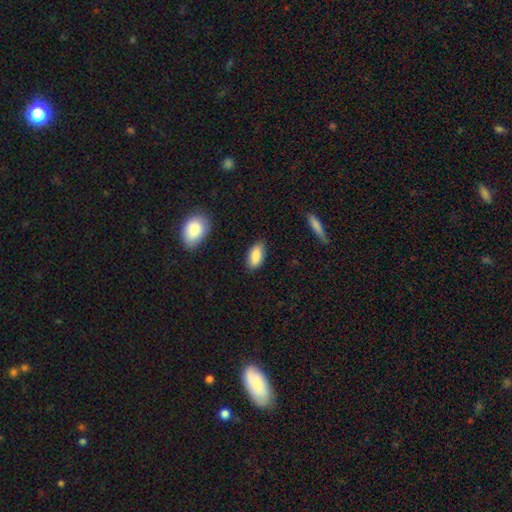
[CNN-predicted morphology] smooth 86%, featured or disk 8%, star or artifact 7%. Down the decision tree: how rounded — in between (90%); merging — none (83%).